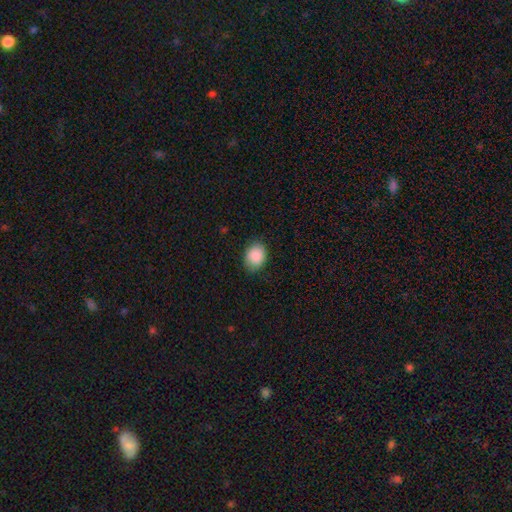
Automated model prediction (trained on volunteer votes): Smooth or featured: smooth — 89% (star or artifact — 7%)
How rounded: in between — 63% (round — 36%)
Merging: none — 84% (minor disturbance — 12%)